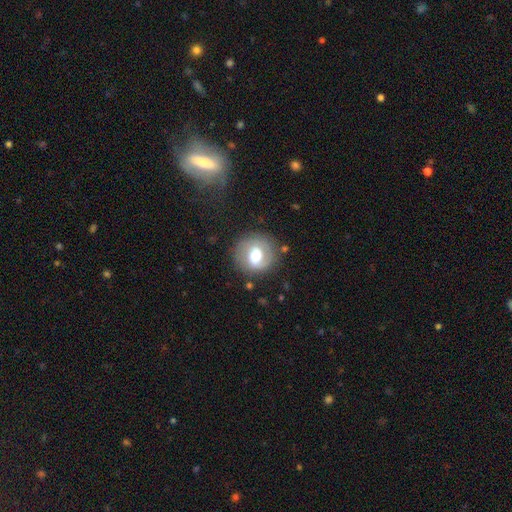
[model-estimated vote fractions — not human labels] The model was most divided on "smooth or featured": featured or disk: 53%, smooth: 40%, star or artifact: 7%. Remaining: edge-on disk — no (96%); merging — none (79%); bulge size — moderate (65%); spiral arms — yes (64%); bar — weak (48%).